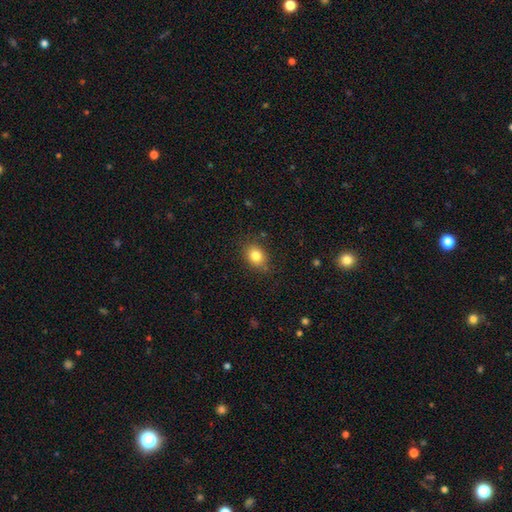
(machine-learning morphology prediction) This is clearly a smooth galaxy (82%). How rounded: possibly in between (51%). Merging: clearly none (81%).